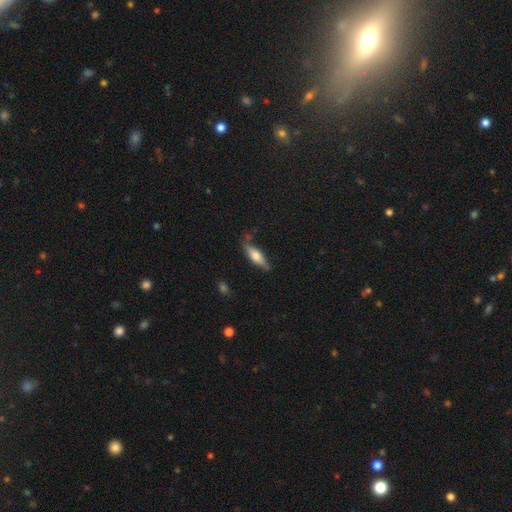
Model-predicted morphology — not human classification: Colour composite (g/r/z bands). It shows a smooth galaxy with no disk features (57%) that is cigar-shaped (55%). Merging: none (70%).